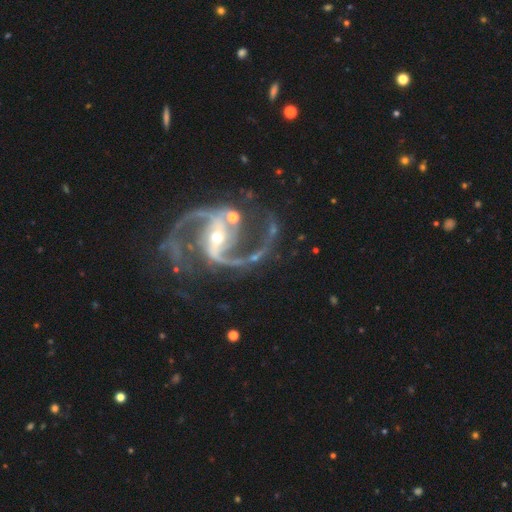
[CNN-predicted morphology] A featured or disk galaxy (93%) with a strong bar (55%), 2 (93%) medium (55%) spiral arms (99%) and a small central bulge (61%).

Vote fractions:
- Smooth or featured? featured or disk: 93% / star or artifact: 5% / smooth: 2%
- Edge-on disk? no: 98% / yes: 2%
- Bar? strong: 55% / weak: 29% / no: 17%
- Spiral arms? yes: 99% / no: 1%
- Spiral winding? medium: 55% / loose: 36% / tight: 9%
- Spiral arm count? 2: 93% / 3: 2% / can't tell: 1% / 1: 1% / 4: 1% / more than 4: 1%
- Bulge size? small: 61% / moderate: 35% / large: 2% / none: 1% / dominant: 1%
- Merging? none: 70% / minor disturbance: 15% / major disturbance: 11% / merger: 4%